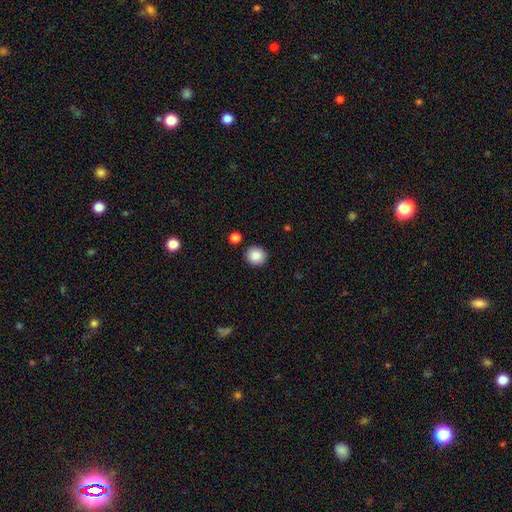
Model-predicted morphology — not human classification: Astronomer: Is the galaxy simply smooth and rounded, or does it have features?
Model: smooth — 88%.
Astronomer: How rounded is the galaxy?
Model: round — 91%.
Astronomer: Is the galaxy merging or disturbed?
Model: none — 89%.